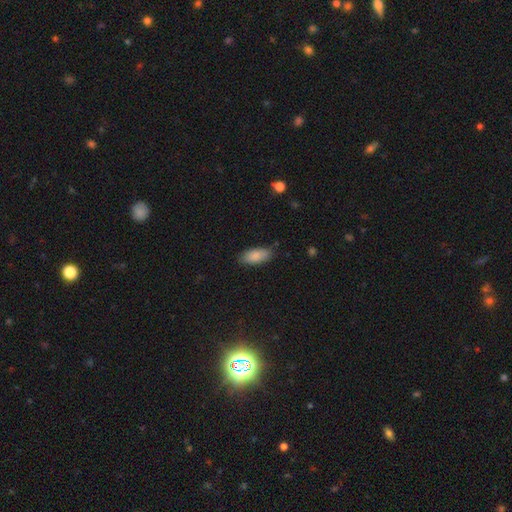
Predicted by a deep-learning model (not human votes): A smooth galaxy with no disk features (86%) that is in between round and cigar-shaped (86%). Merging: none (82%).